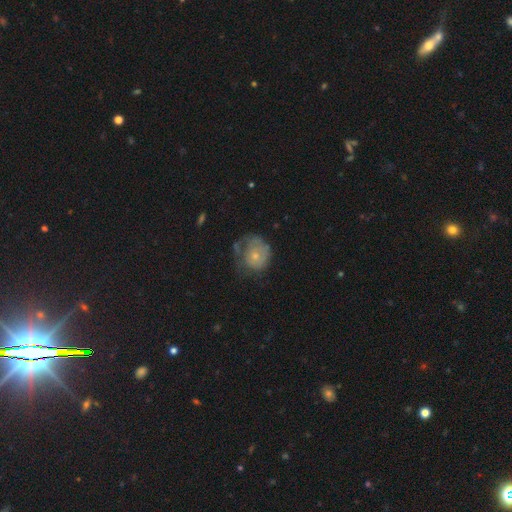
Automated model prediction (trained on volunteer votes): Smooth or featured?
  - smooth: 50% *
  - featured or disk: 42%
  - star or artifact: 8%
Merging?
  - none: 38% *
  - major disturbance: 32%
  - minor disturbance: 27%
  - merger: 3%